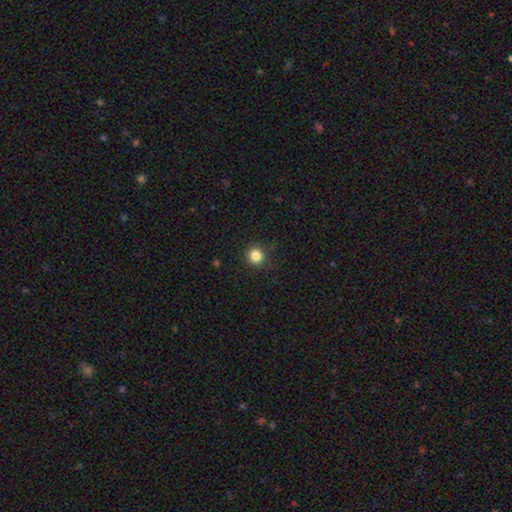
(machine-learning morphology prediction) Smooth or featured?
  - smooth: 84% *
  - star or artifact: 12%
  - featured or disk: 4%
How rounded?
  - round: 93% *
  - in between: 6%
  - cigar-shaped: 1%
Merging?
  - none: 90% *
  - minor disturbance: 7%
  - major disturbance: 2%
  - merger: 1%